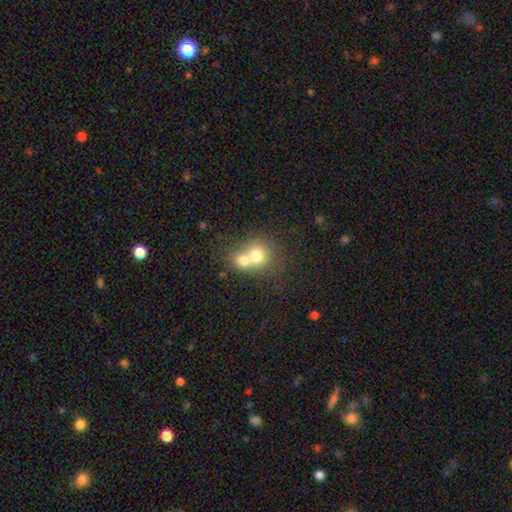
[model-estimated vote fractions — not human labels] Overall: smooth (70%). How rounded: round (78%). Merging: merger (68%).